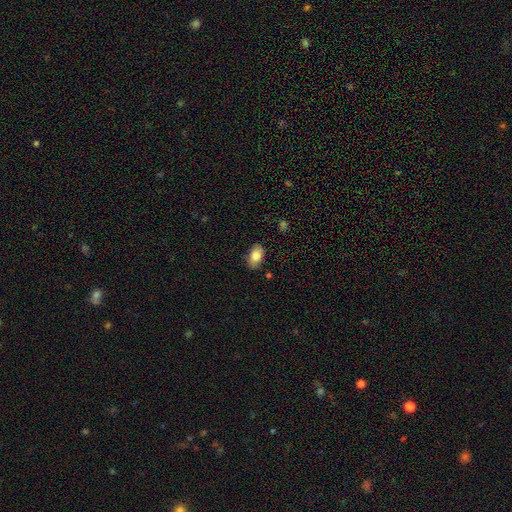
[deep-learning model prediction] Smooth or featured? Predicted: smooth (p=0.84). How rounded? Predicted: in between (p=0.92). Merging? Predicted: none (p=0.84).